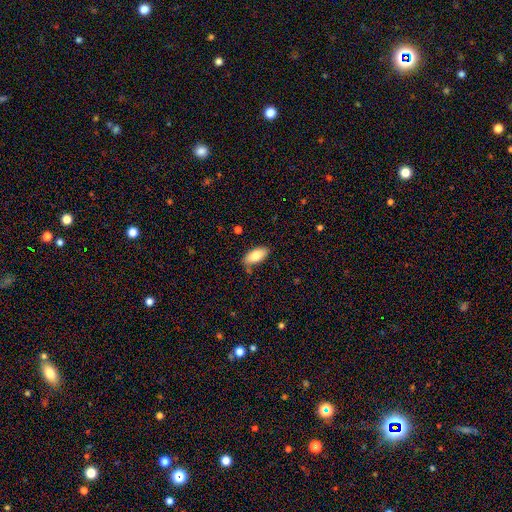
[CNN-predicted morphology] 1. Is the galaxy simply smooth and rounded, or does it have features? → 81% smooth, 13% featured or disk, 7% star or artifact.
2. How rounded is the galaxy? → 90% in between, 8% cigar-shaped, 2% round.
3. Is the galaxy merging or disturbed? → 78% none, 16% minor disturbance, 3% major disturbance, 3% merger.